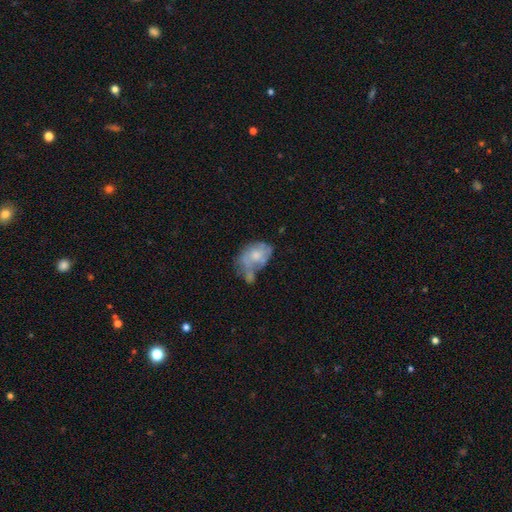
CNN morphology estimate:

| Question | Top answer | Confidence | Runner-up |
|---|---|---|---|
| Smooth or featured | smooth | 47% | featured or disk (44%) |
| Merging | minor disturbance | 27% | major disturbance (25%) |